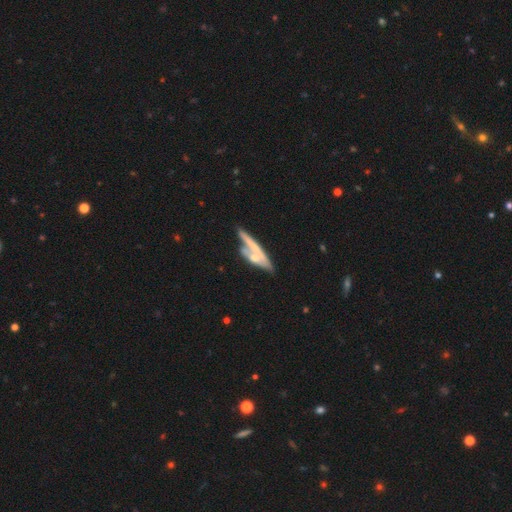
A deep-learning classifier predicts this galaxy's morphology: smooth_or_featured: featured or disk (p=0.52) [alt: smooth p=0.41]
disk_edge_on: yes (p=0.67) [alt: no p=0.33]
merging: merger (p=0.47) [alt: none p=0.32]